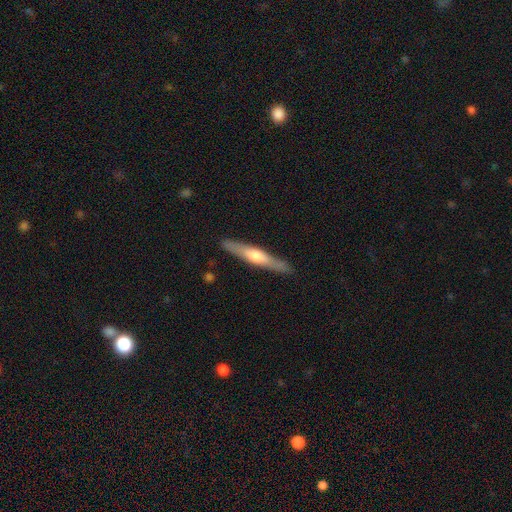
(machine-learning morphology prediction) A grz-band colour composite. It shows a featured or disk galaxy (57%) viewed edge-on (94%) with a rounded central bulge (83%). Merging: none (90%).